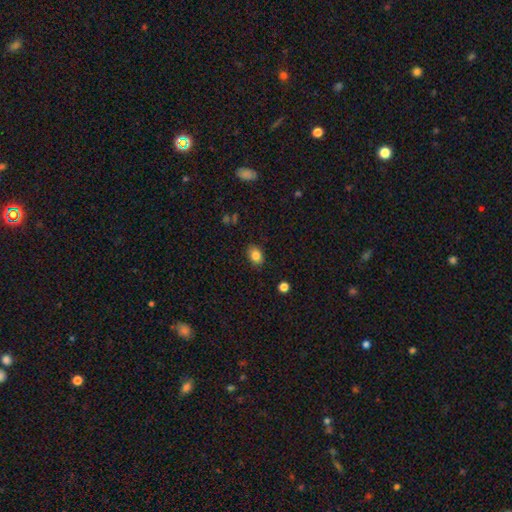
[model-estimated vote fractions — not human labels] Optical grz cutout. It shows a smooth galaxy with no disk features (83%) that is in between round and cigar-shaped (74%). Merging: none (85%).